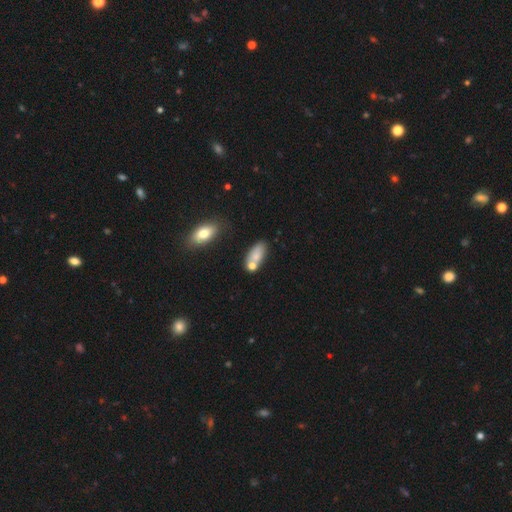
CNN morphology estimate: Smooth or featured? smooth (75%)
How rounded? in between (86%)
Merging? none (52%)